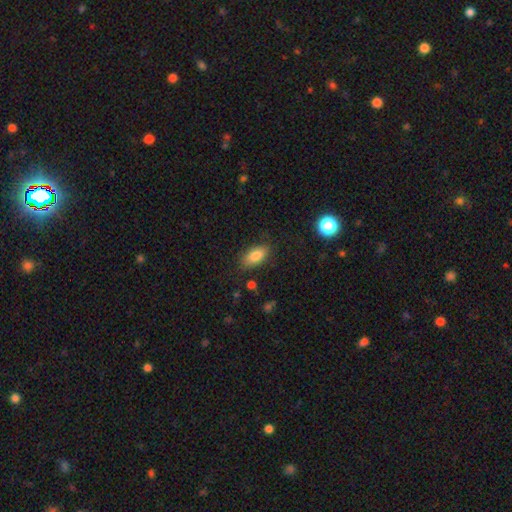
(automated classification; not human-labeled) Smooth or featured?
  - smooth: 83% *
  - featured or disk: 9%
  - star or artifact: 8%
How rounded?
  - in between: 89% *
  - cigar-shaped: 7%
  - round: 4%
Merging?
  - none: 82% *
  - minor disturbance: 13%
  - major disturbance: 4%
  - merger: 2%